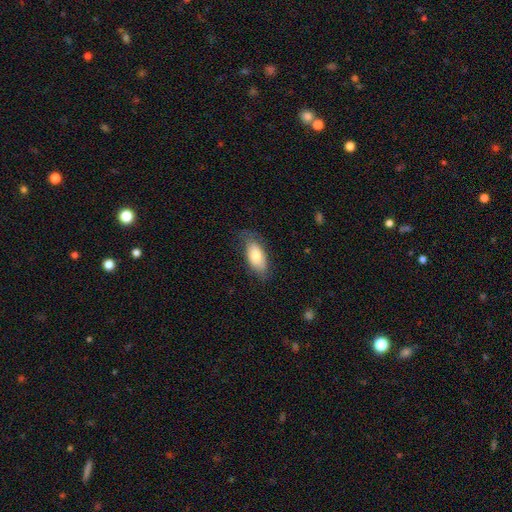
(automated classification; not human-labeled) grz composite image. It shows a smooth galaxy with no disk features (76%) that is in between round and cigar-shaped (90%). Merging: none (66%).